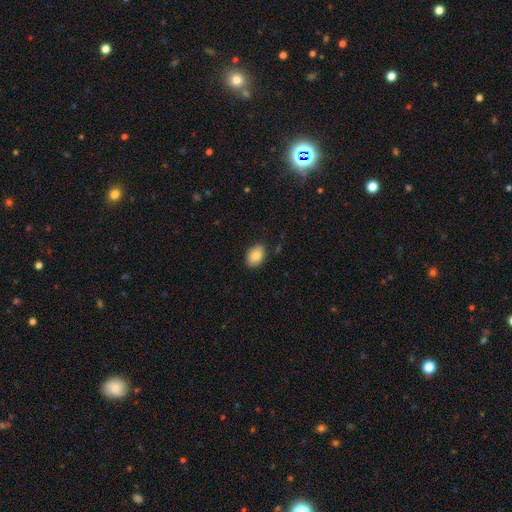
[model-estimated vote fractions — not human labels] A smooth galaxy with no disk features (84%) that is in between round and cigar-shaped (85%).

Vote fractions:
- Smooth or featured? smooth: 84% / featured or disk: 9% / star or artifact: 7%
- How rounded? in between: 85% / round: 14% / cigar-shaped: 1%
- Merging? none: 85% / minor disturbance: 11% / major disturbance: 2% / merger: 1%